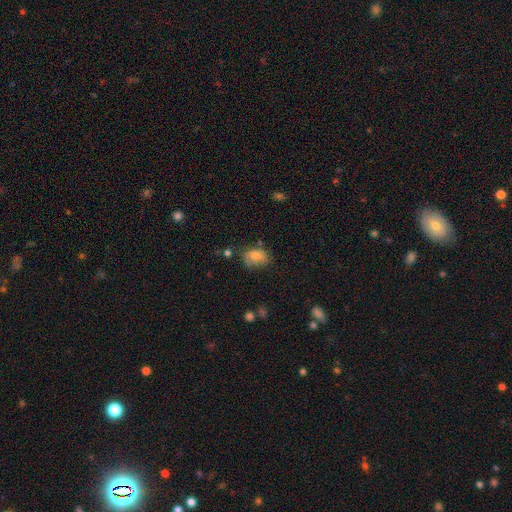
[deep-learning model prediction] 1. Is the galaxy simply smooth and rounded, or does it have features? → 71% smooth, 18% featured or disk, 11% star or artifact.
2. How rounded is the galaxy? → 75% in between, 23% round, 1% cigar-shaped.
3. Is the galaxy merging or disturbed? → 58% none, 28% minor disturbance, 9% major disturbance, 4% merger.